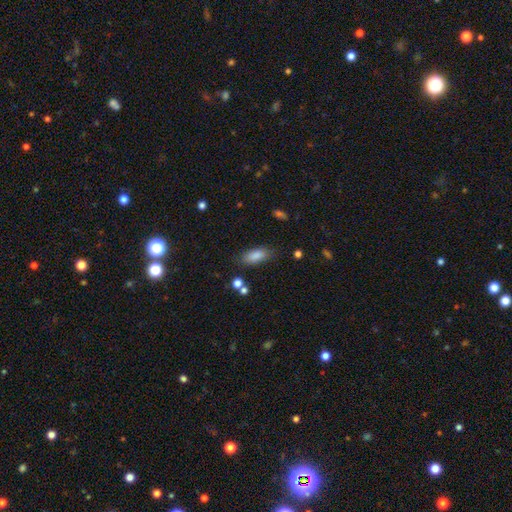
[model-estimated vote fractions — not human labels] This appears to be a smooth galaxy with no disk features (84%) that is in between round and cigar-shaped (82%). Merging: none (78%).